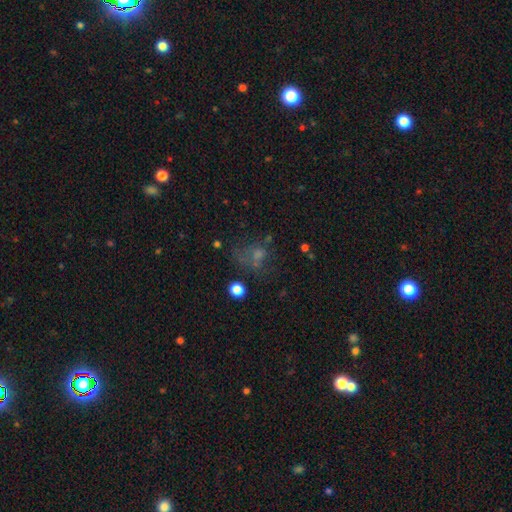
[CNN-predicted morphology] Smooth or featured? Predicted: smooth (p=0.50). How rounded? Predicted: in between (p=0.50). Merging? Predicted: none (p=0.37).